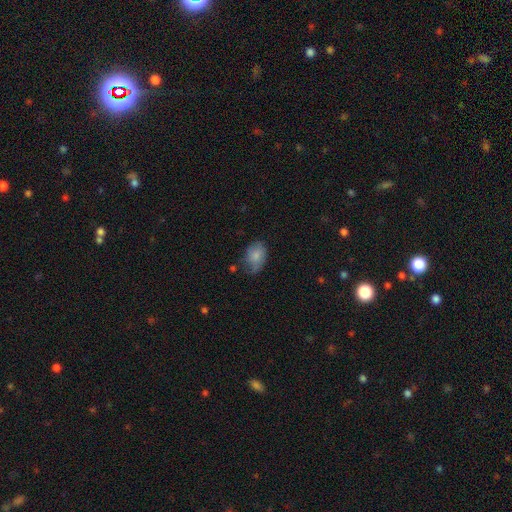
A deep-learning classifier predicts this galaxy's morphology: Q: Smooth or featured?
A: smooth (77%); runner-up: featured or disk (15%)
Q: How rounded?
A: in between (80%); runner-up: round (18%)
Q: Merging?
A: none (48%); runner-up: minor disturbance (37%)